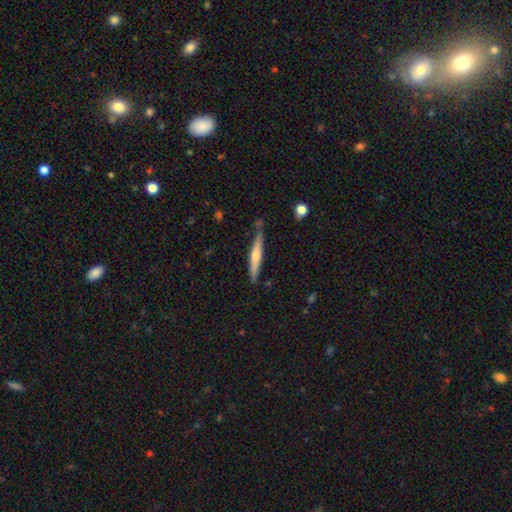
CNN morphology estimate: smooth_or_featured: smooth (p=0.49) [alt: featured or disk p=0.46]
merging: none (p=0.79) [alt: minor disturbance p=0.15]